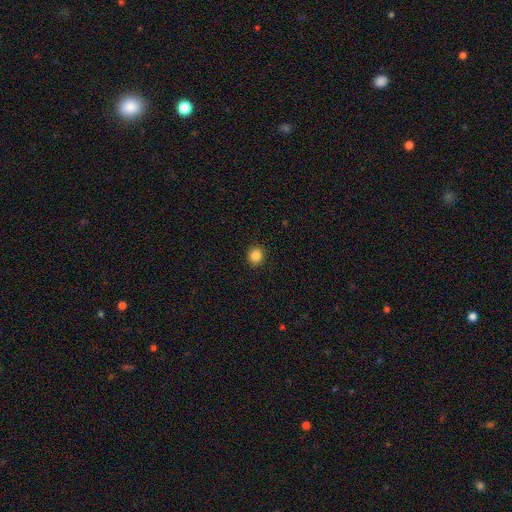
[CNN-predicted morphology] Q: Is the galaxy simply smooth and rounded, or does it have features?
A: smooth — 84%.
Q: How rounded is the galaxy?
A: round — 90%.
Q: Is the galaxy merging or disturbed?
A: none — 92%.